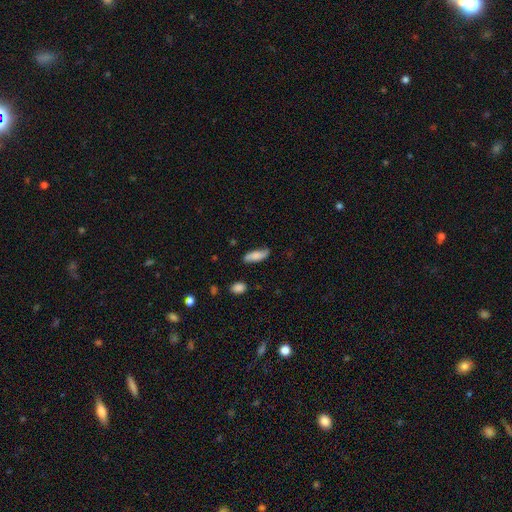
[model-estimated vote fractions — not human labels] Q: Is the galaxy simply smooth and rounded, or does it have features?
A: smooth — 63%.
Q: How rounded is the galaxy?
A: in between — 65%.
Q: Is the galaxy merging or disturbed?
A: none — 70%.